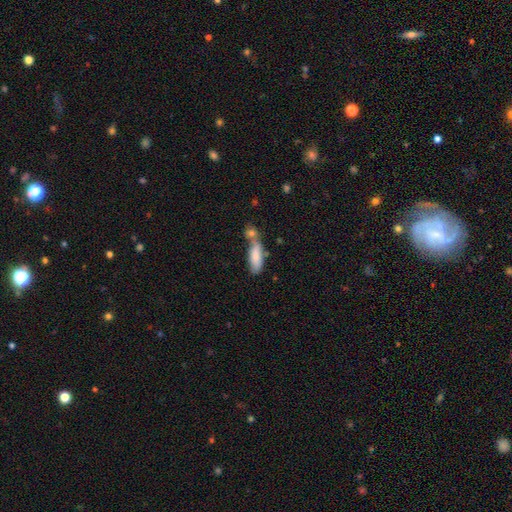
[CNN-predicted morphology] This is clearly a smooth galaxy (81%). How rounded: possibly in between (58%). Merging: marginally merger (43%).